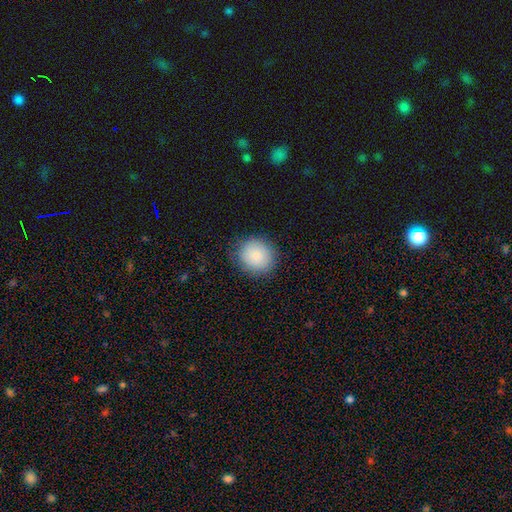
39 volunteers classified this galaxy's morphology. Smooth or featured: smooth — 85% (featured or disk — 8%)
How rounded: round — 88% (in between — 12%)
Merging: none — 81% (minor disturbance — 14%)